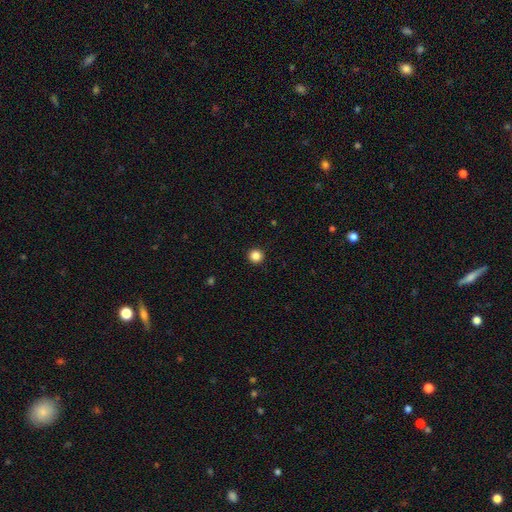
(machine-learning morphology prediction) The model was most divided on "smooth or featured": smooth: 86%, star or artifact: 11%, featured or disk: 3%. More confident: how rounded — round (95%); merging — none (93%).